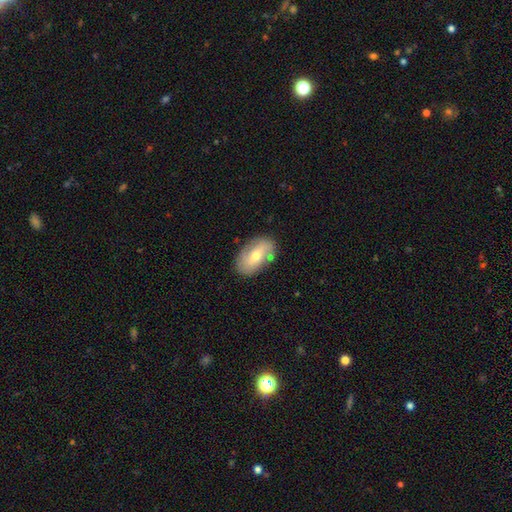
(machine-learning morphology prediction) The model was most divided on "smooth or featured": smooth: 48%, featured or disk: 45%, star or artifact: 7%. More confident: merging — none (77%).